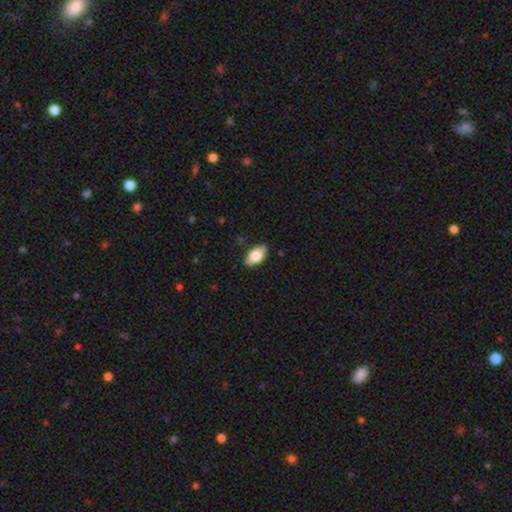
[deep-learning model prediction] This appears to be a smooth galaxy with no disk features (74%) that is in between round and cigar-shaped (91%). Merging: none (87%).